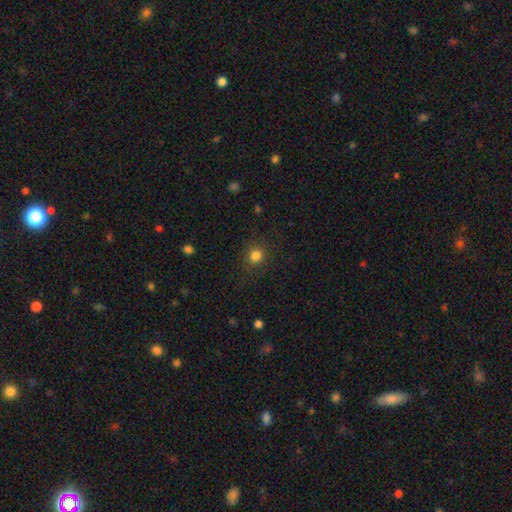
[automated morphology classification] The model was most divided on "smooth or featured": smooth: 82%, star or artifact: 13%, featured or disk: 5%. More confident: merging — none (86%); how rounded — round (86%).